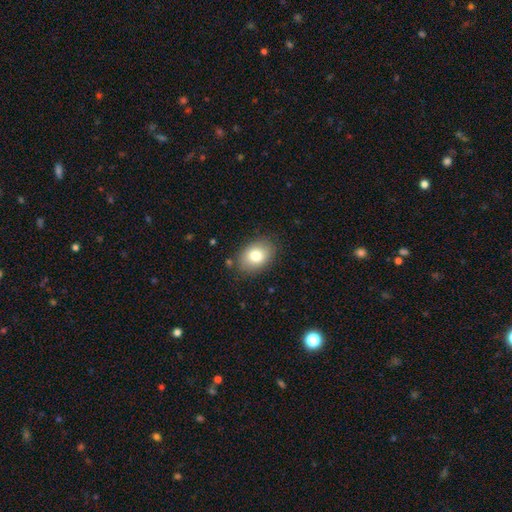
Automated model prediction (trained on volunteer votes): Morphology: type=smooth (79%); roundness=in between (77%); merging=none (84%).